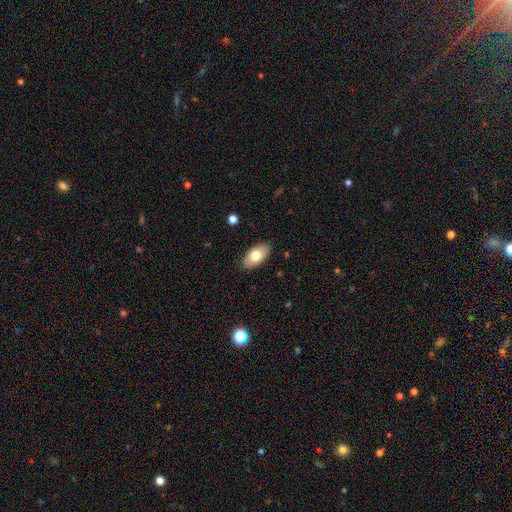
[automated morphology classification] type=smooth (76%); roundness=in between (94%); merging=none (88%).